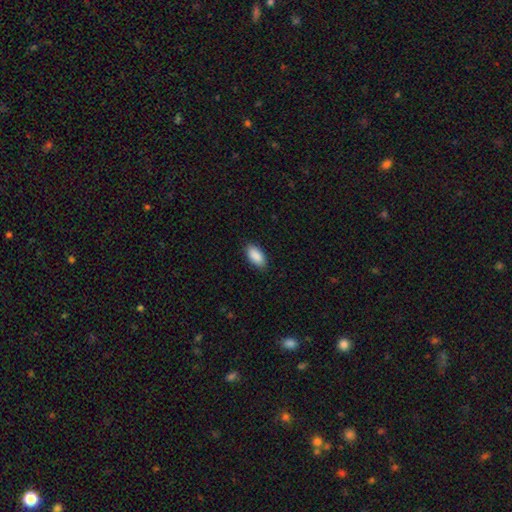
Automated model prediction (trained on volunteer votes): A smooth galaxy with no disk features (90%) that is in between round and cigar-shaped (93%).

Vote fractions:
- Smooth or featured? smooth: 90% / star or artifact: 6% / featured or disk: 3%
- How rounded? in between: 93% / cigar-shaped: 5% / round: 2%
- Merging? none: 87% / minor disturbance: 10% / major disturbance: 2% / merger: 1%